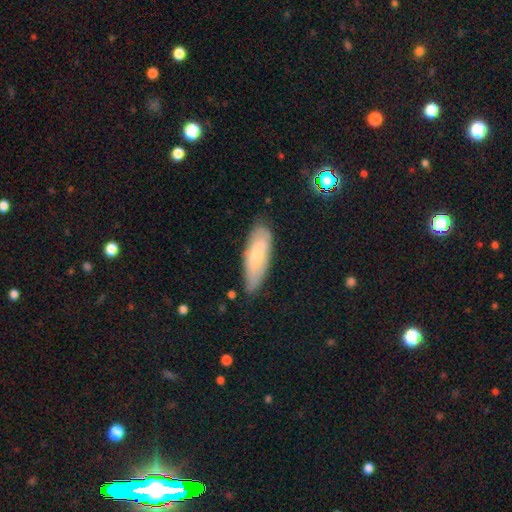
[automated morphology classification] smooth 67%, featured or disk 28%, star or artifact 6%. Down the decision tree: how rounded — in between (71%); merging — none (66%).